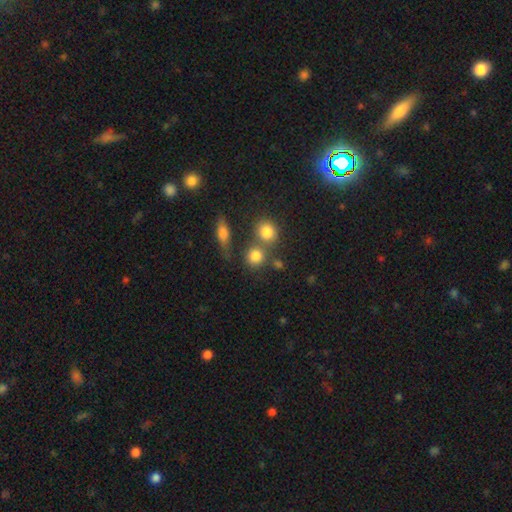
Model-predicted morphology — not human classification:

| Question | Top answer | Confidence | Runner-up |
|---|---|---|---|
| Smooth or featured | smooth | 81% | star or artifact (11%) |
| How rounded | round | 83% | in between (15%) |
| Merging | none | 56% | merger (31%) |